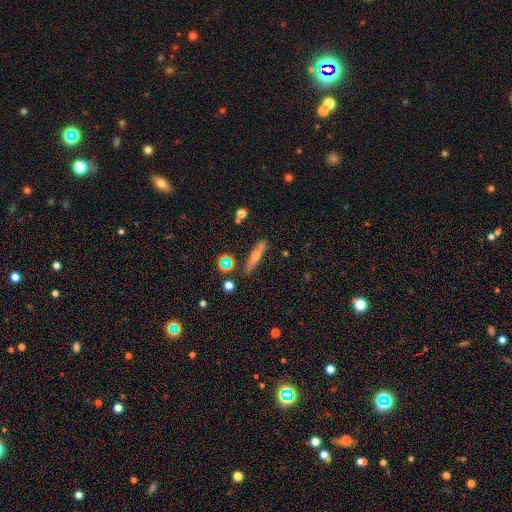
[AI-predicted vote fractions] smooth-or-featured: featured or disk: 49% | smooth: 39% | star or artifact: 12%
  merging: none: 78% | minor disturbance: 13% | merger: 5% | major disturbance: 4%